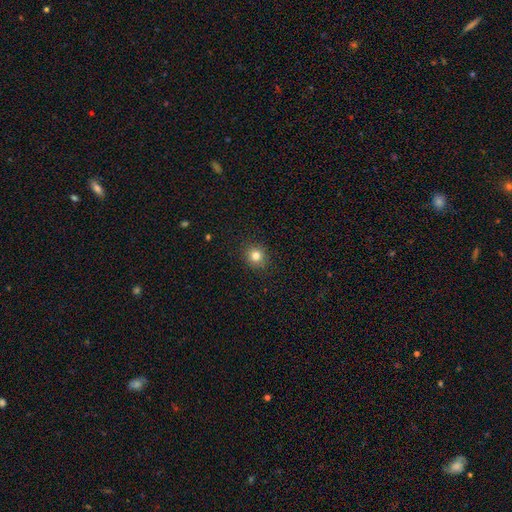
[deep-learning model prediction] A smooth galaxy with no disk features (80%) that is round (89%).

Vote fractions:
- Smooth or featured? smooth: 80% / star or artifact: 13% / featured or disk: 7%
- How rounded? round: 89% / in between: 10% / cigar-shaped: 1%
- Merging? none: 91% / minor disturbance: 6% / major disturbance: 2% / merger: 1%